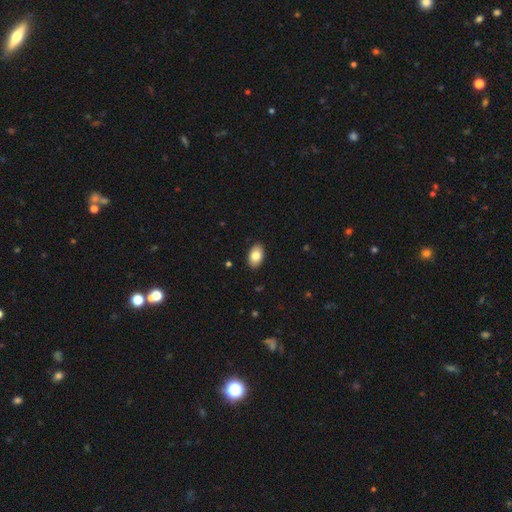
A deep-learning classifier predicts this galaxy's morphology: Smooth or featured?
  - smooth: 81% *
  - featured or disk: 12%
  - star or artifact: 7%
How rounded?
  - in between: 92% *
  - round: 6%
  - cigar-shaped: 1%
Merging?
  - none: 89% *
  - minor disturbance: 8%
  - major disturbance: 2%
  - merger: 1%